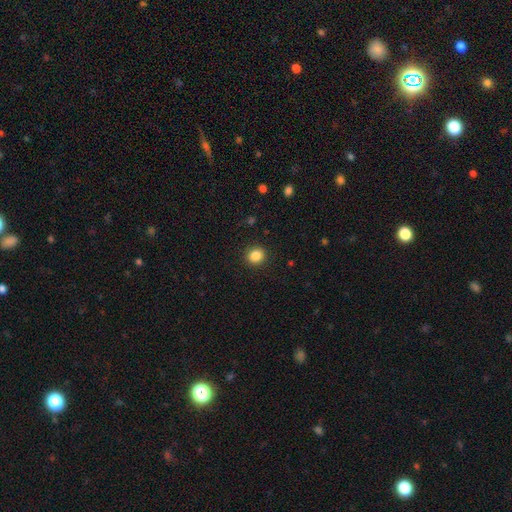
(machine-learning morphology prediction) smooth_or_featured: smooth (p=0.86) [alt: star or artifact p=0.10]
how_rounded: round (p=0.88) [alt: in between p=0.11]
merging: none (p=0.91) [alt: minor disturbance p=0.06]